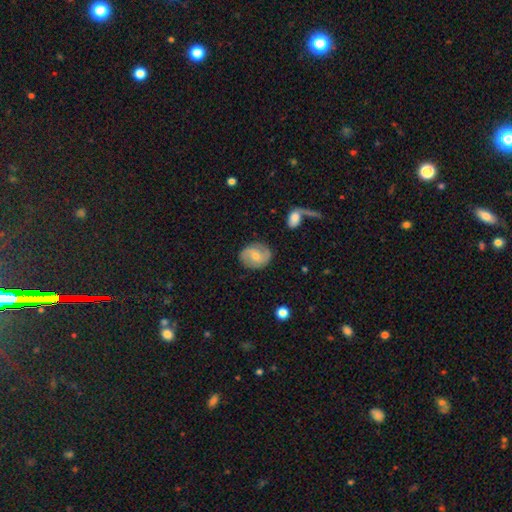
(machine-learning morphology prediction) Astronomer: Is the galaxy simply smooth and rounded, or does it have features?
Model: featured or disk — 58% (runner-up: smooth, 35%).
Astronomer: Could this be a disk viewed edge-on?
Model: no — 97%.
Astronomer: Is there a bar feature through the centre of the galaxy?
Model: no — 49% (runner-up: weak, 41%).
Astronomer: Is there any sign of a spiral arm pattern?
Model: yes — 87%.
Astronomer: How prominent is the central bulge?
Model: small — 51% (runner-up: moderate, 43%).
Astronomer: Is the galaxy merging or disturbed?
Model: none — 80%.